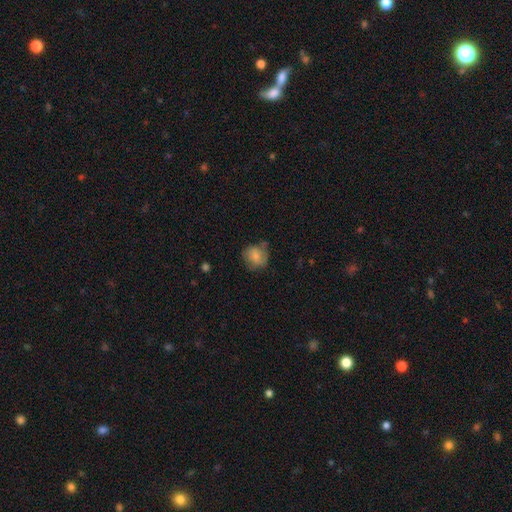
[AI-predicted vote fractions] The model was most divided on "merging": none: 59%, minor disturbance: 27%, major disturbance: 10%, merger: 4%. More confident: smooth or featured — smooth (71%); how rounded — round (71%).